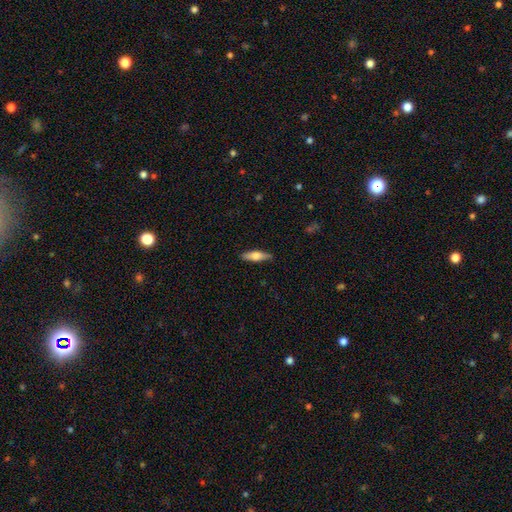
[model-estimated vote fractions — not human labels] smooth 58%, featured or disk 36%, star or artifact 6%. Down the decision tree: how rounded — cigar-shaped (62%); merging — none (86%).